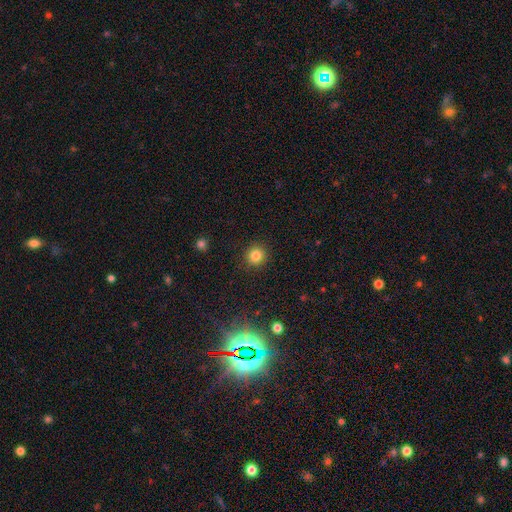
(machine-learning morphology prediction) smooth 83%, star or artifact 13%, featured or disk 5%. Down the decision tree: how rounded — round (93%); merging — none (91%).